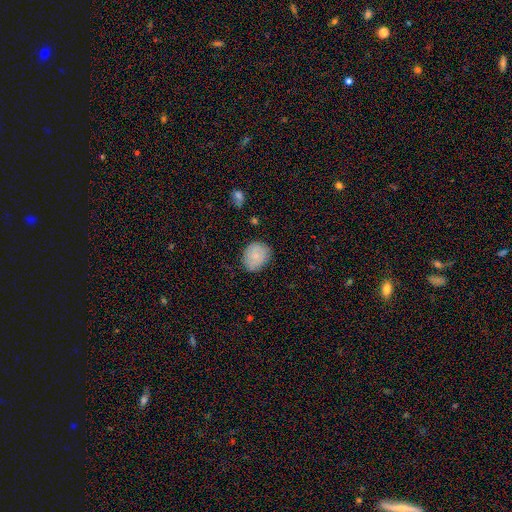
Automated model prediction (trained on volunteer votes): Smooth or featured? Predicted: smooth (p=0.76). How rounded? Predicted: round (p=0.63). Merging? Predicted: none (p=0.78).